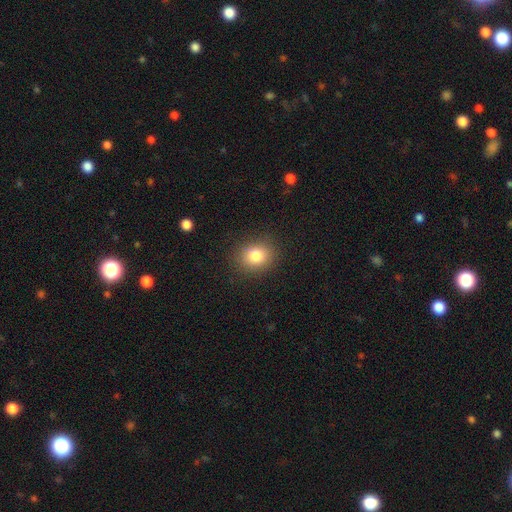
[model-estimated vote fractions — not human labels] Smooth or featured: smooth — 82% (star or artifact — 11%)
How rounded: round — 62% (in between — 37%)
Merging: none — 87% (minor disturbance — 9%)